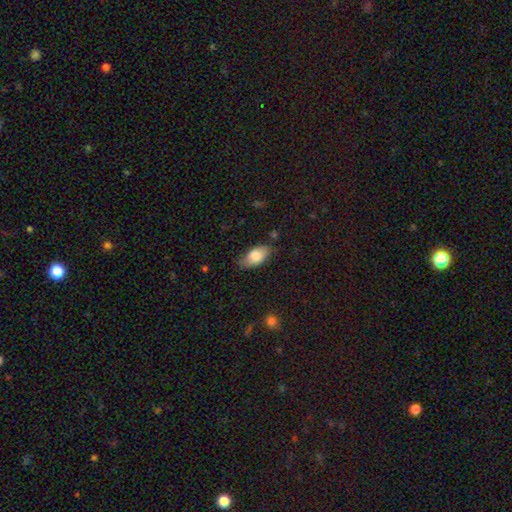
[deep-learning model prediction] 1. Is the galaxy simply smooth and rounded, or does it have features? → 80% smooth, 14% featured or disk, 7% star or artifact.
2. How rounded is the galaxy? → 92% in between, 4% round, 4% cigar-shaped.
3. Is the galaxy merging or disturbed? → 72% none, 22% minor disturbance, 4% major disturbance, 2% merger.